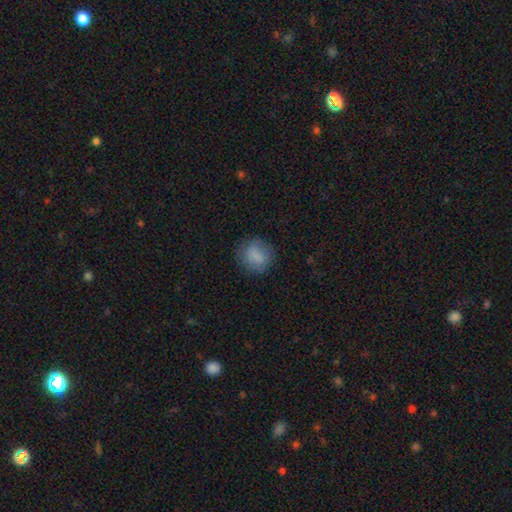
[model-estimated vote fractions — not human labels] The model was most divided on "how rounded": round: 78%, in between: 21%, cigar-shaped: 1%. More confident: smooth or featured — smooth (83%); merging — none (79%).